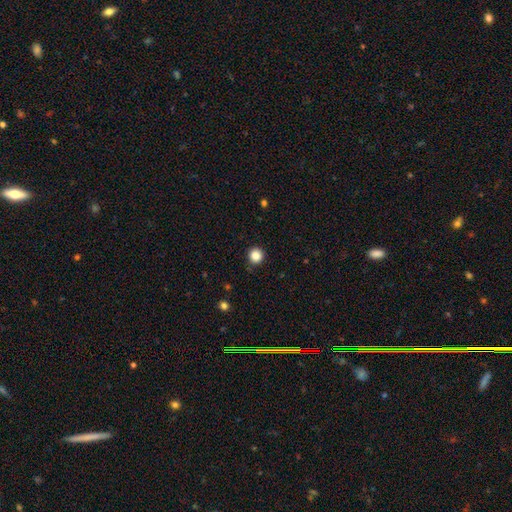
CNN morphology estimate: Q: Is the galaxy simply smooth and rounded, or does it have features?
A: smooth — 86%.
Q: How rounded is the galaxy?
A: round — 94%.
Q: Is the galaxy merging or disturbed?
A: none — 91%.